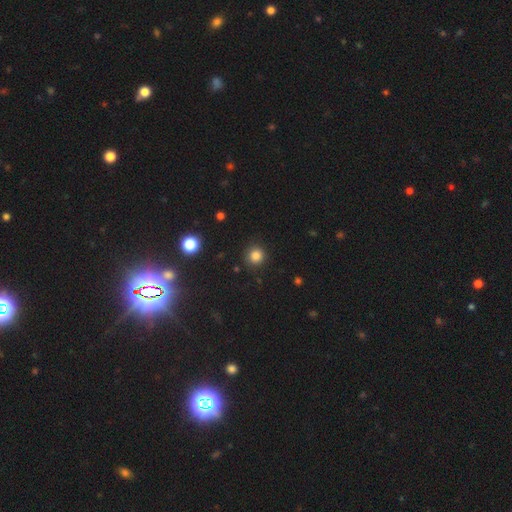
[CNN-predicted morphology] This is clearly a smooth galaxy (84%). How rounded: clearly round (92%). Merging: clearly none (89%).